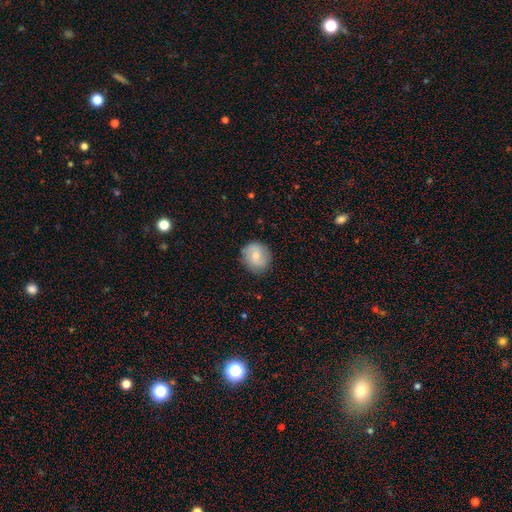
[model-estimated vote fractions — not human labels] This appears to be a smooth galaxy with no disk features (58%) that is round (83%). Merging: none (83%).